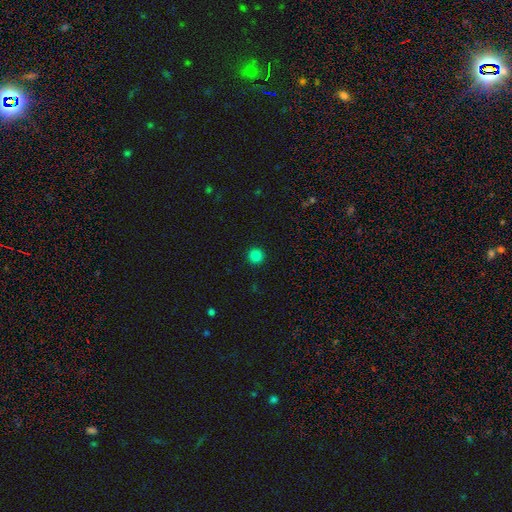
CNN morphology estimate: Smooth or featured? Predicted: smooth (p=0.85). How rounded? Predicted: round (p=0.96). Merging? Predicted: none (p=0.93).